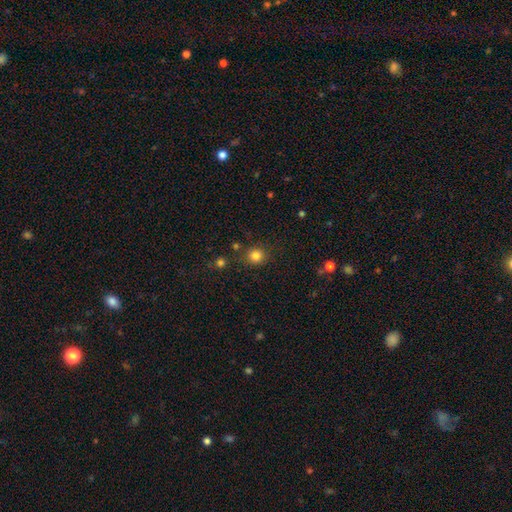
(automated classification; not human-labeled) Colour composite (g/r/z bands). It shows a smooth galaxy with no disk features (82%) that is round (88%). Merging: none (81%).